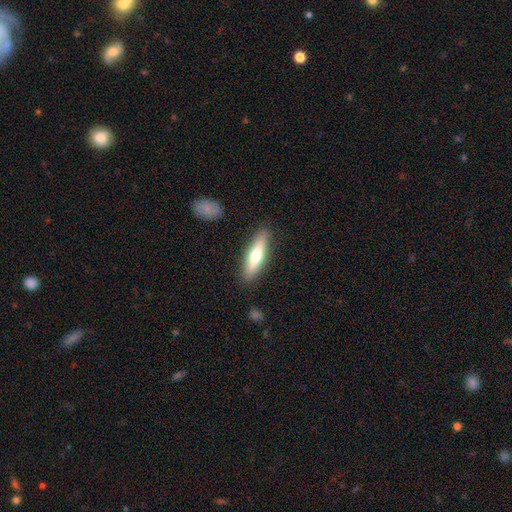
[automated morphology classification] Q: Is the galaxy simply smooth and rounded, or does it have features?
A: smooth — 60%.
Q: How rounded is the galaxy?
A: cigar-shaped — 72%.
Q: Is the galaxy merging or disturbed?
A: none — 87%.